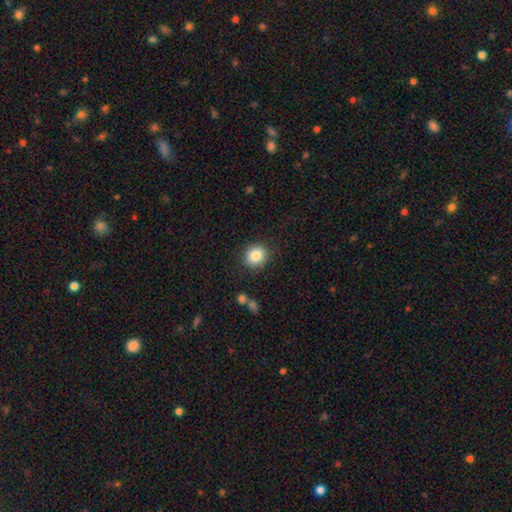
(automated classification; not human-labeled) The model was most divided on "how rounded": round: 73%, in between: 26%, cigar-shaped: 1%. More confident: merging — none (86%); smooth or featured — smooth (83%).